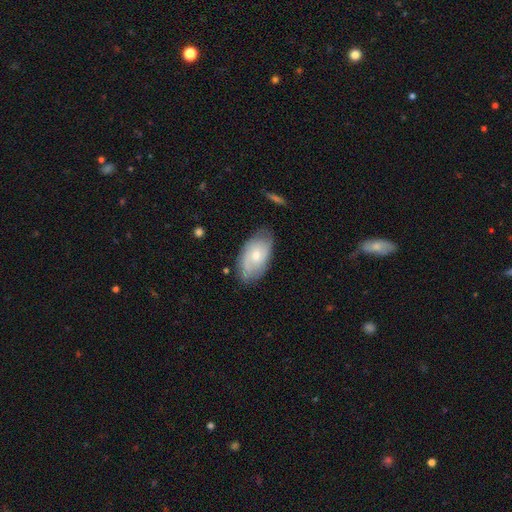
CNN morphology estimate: A featured or disk galaxy (49%).

Vote fractions:
- Smooth or featured? featured or disk: 49% / smooth: 45% / star or artifact: 6%
- Merging? none: 71% / minor disturbance: 22% / major disturbance: 5% / merger: 2%